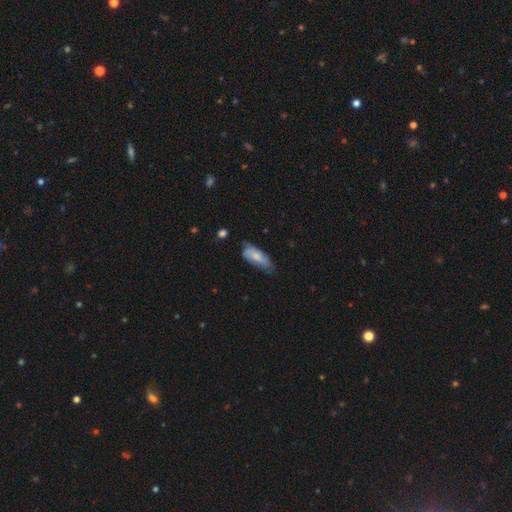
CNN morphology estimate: A smooth galaxy with no disk features (69%) that is in between round and cigar-shaped (76%).

Vote fractions:
- Smooth or featured? smooth: 69% / featured or disk: 25% / star or artifact: 6%
- How rounded? in between: 76% / cigar-shaped: 22% / round: 2%
- Merging? none: 51% / minor disturbance: 37% / major disturbance: 10% / merger: 2%